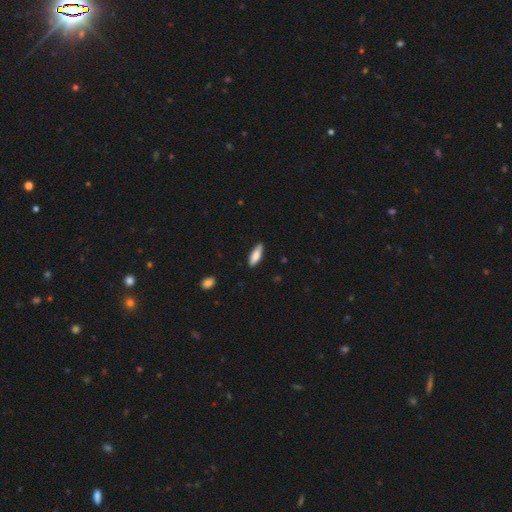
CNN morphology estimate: Smooth or featured? Predicted: smooth (p=0.81). How rounded? Predicted: in between (p=0.56). Merging? Predicted: none (p=0.82).